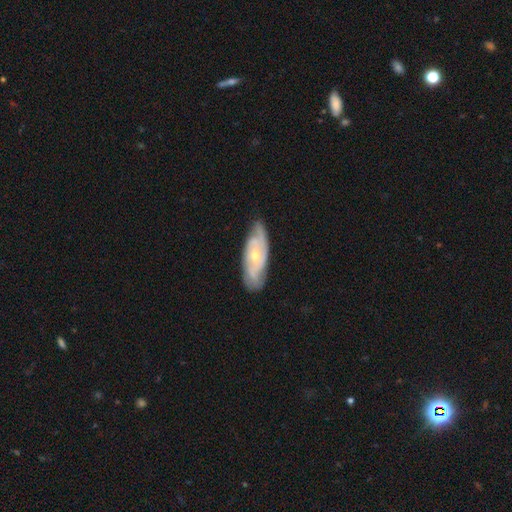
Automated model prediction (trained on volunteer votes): Smooth or featured? featured or disk (79%)
Edge-on disk? no (87%)
Bar? no (71%)
Spiral arms? yes (91%)
Spiral winding? tight (58%)
Spiral arm count? 2 (44%)
Bulge size? small (50%)
Merging? none (73%)